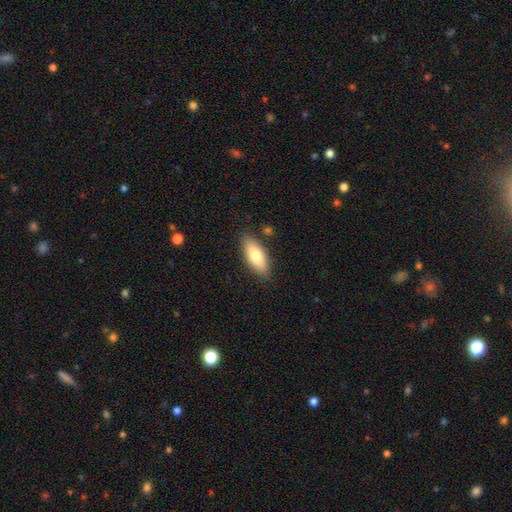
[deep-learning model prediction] Smooth or featured? smooth (76%)
How rounded? in between (76%)
Merging? none (84%)